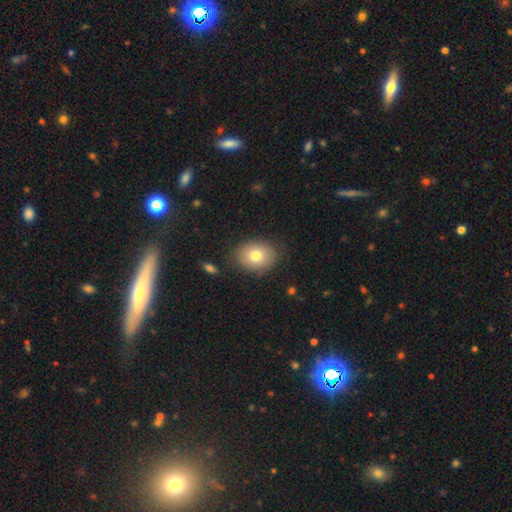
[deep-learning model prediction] Smooth or featured?
  - smooth: 76% *
  - featured or disk: 15%
  - star or artifact: 9%
How rounded?
  - in between: 54% *
  - round: 46%
  - cigar-shaped: 1%
Merging?
  - none: 82% *
  - minor disturbance: 12%
  - major disturbance: 4%
  - merger: 2%